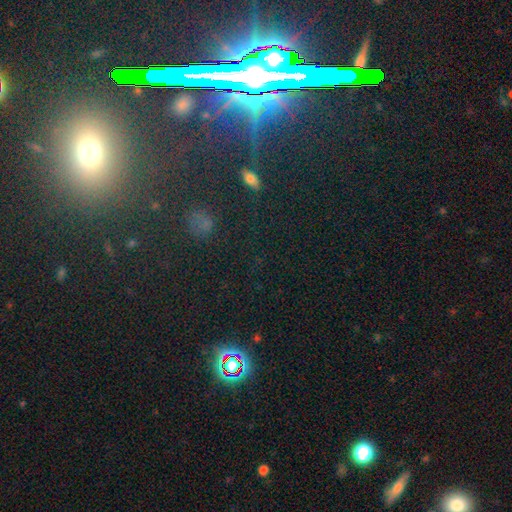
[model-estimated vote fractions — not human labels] Smooth or featured? Predicted: star or artifact (p=0.71).